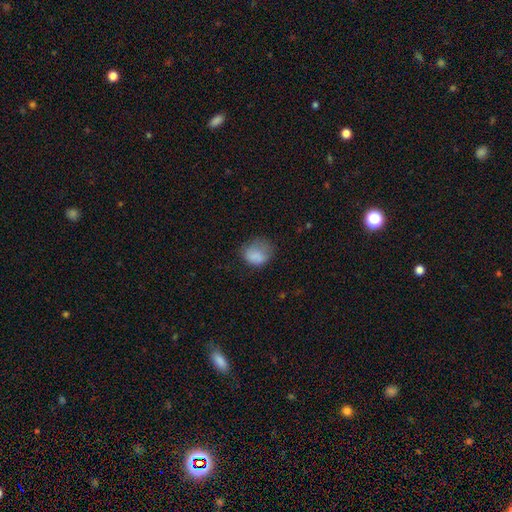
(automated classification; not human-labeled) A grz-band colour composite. It shows a smooth galaxy with no disk features (80%) that is round (53%). Merging: none (43%).